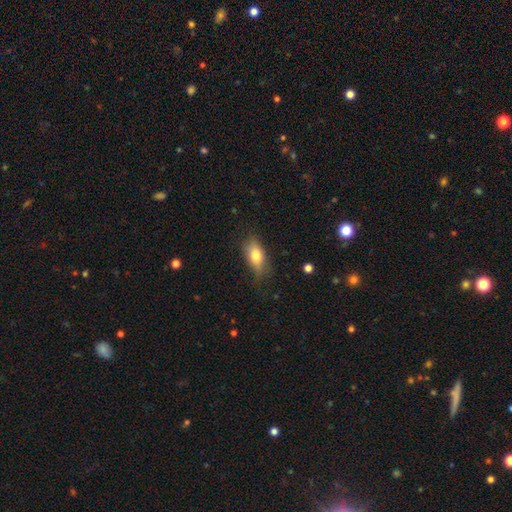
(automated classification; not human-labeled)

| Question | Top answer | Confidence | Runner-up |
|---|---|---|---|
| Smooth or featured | smooth | 76% | featured or disk (16%) |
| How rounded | in between | 84% | cigar-shaped (10%) |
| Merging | none | 70% | minor disturbance (23%) |